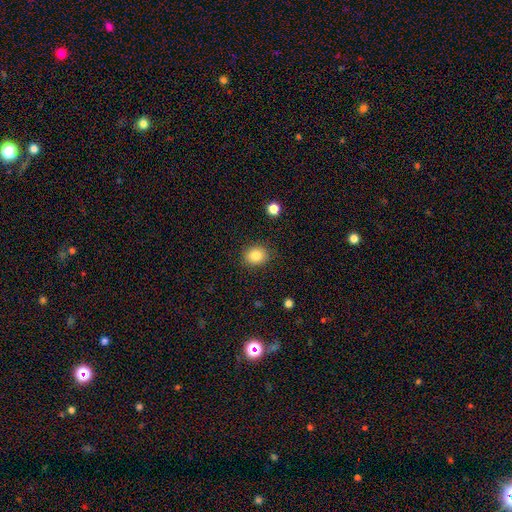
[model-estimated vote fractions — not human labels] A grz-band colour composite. It shows a smooth galaxy with no disk features (84%) that is round (70%). Merging: none (87%).